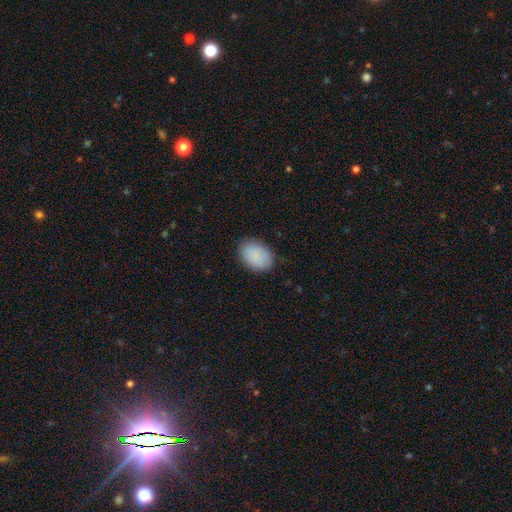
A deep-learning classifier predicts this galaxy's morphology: The model was most divided on "how rounded": in between: 81%, round: 18%, cigar-shaped: 1%. More confident: smooth or featured — smooth (88%); merging — none (84%).